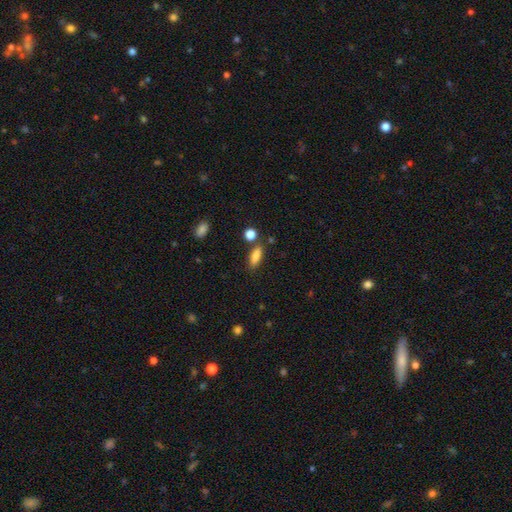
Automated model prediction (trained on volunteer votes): This is clearly a smooth galaxy (85%). How rounded: likely in between (64%). Merging: likely none (75%).